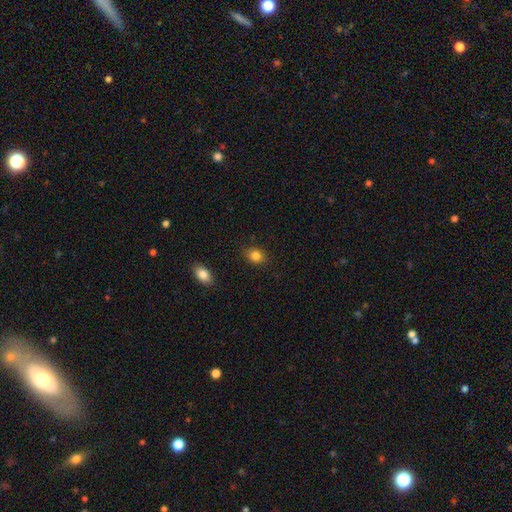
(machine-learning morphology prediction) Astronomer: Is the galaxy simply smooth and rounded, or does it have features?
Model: smooth — 84%.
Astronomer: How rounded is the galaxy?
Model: in between — 52% (runner-up: round, 47%).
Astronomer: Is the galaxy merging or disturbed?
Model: none — 87%.